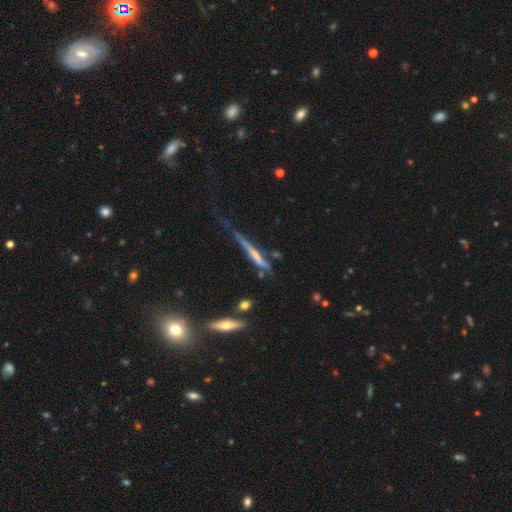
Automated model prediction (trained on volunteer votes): Smooth or featured: featured or disk — 56% (smooth — 37%)
Edge-on disk: yes — 89% (no — 11%)
Merging: none — 36% (minor disturbance — 30%)